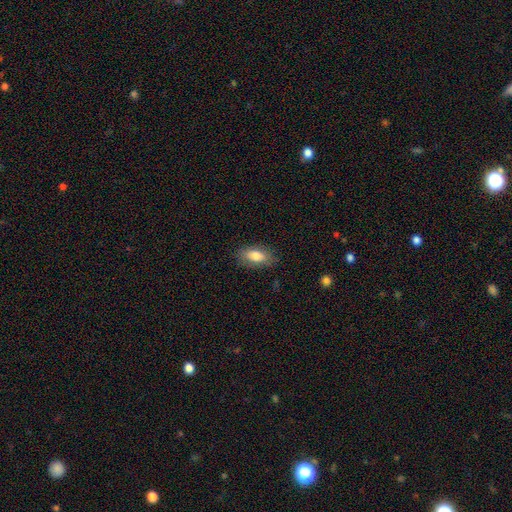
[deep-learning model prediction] smooth_or_featured: smooth (p=0.80) [alt: featured or disk p=0.13]
how_rounded: in between (p=0.89) [alt: cigar-shaped p=0.06]
merging: none (p=0.80) [alt: minor disturbance p=0.15]